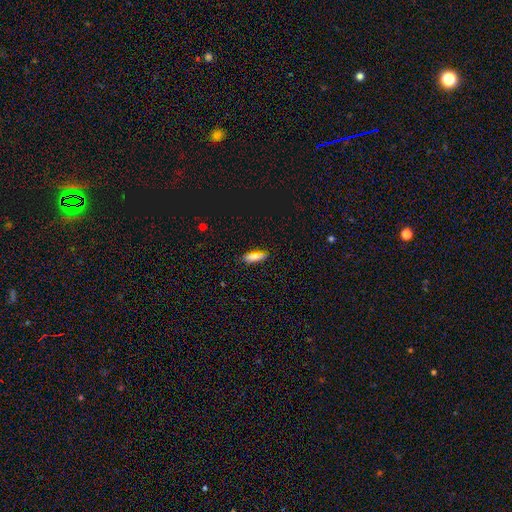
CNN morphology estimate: Q: Smooth or featured?
A: smooth (75%); runner-up: featured or disk (14%)
Q: How rounded?
A: cigar-shaped (52%); runner-up: in between (45%)
Q: Merging?
A: none (87%); runner-up: minor disturbance (9%)